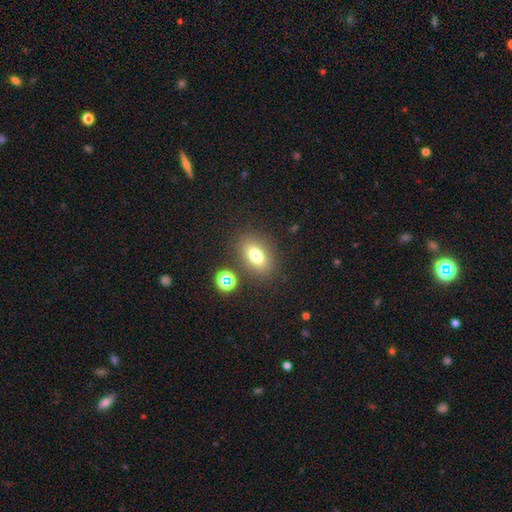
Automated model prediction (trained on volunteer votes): This appears to be a smooth galaxy with no disk features (75%) that is in between round and cigar-shaped (81%). Merging: none (82%).